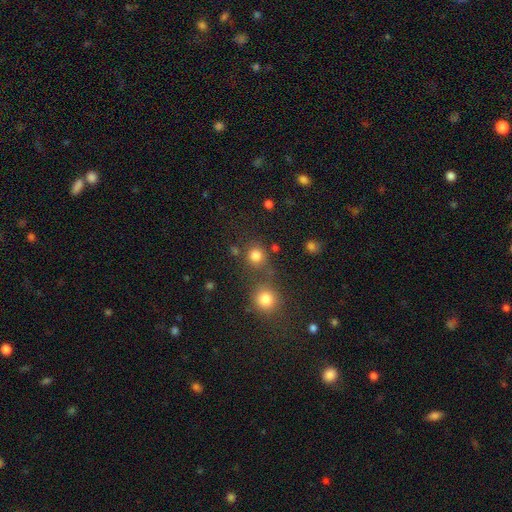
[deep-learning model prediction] Smooth or featured?
  - smooth: 81% *
  - star or artifact: 14%
  - featured or disk: 5%
How rounded?
  - round: 89% *
  - in between: 10%
  - cigar-shaped: 1%
Merging?
  - none: 69% *
  - merger: 18%
  - minor disturbance: 9%
  - major disturbance: 4%